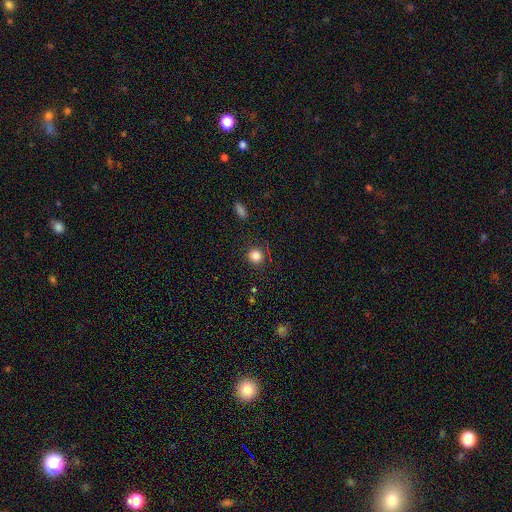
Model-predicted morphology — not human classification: Q: Smooth or featured?
A: smooth (84%); runner-up: star or artifact (11%)
Q: How rounded?
A: round (93%); runner-up: in between (6%)
Q: Merging?
A: none (87%); runner-up: minor disturbance (8%)